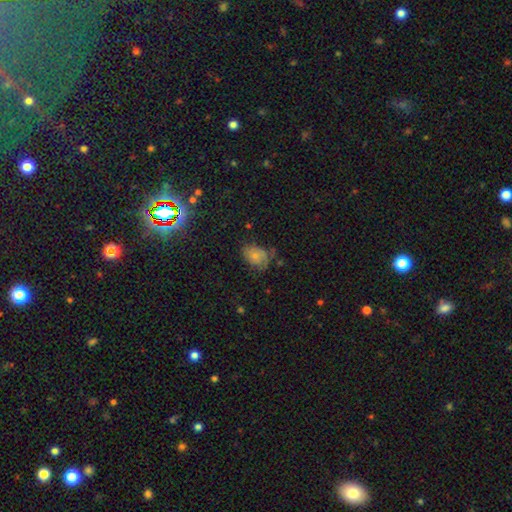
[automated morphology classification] A smooth galaxy with no disk features (54%) that is in between round and cigar-shaped (74%).

Vote fractions:
- Smooth or featured? smooth: 54% / featured or disk: 32% / star or artifact: 13%
- How rounded? in between: 74% / round: 25% / cigar-shaped: 1%
- Merging? none: 51% / minor disturbance: 31% / major disturbance: 15% / merger: 3%